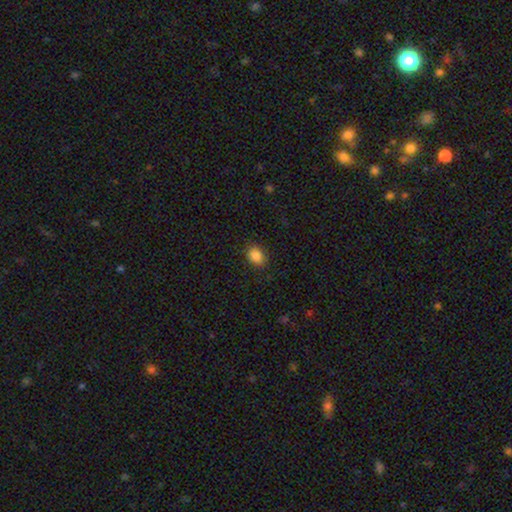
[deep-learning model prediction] This is clearly a smooth galaxy (87%). How rounded: likely in between (69%). Merging: clearly none (86%).